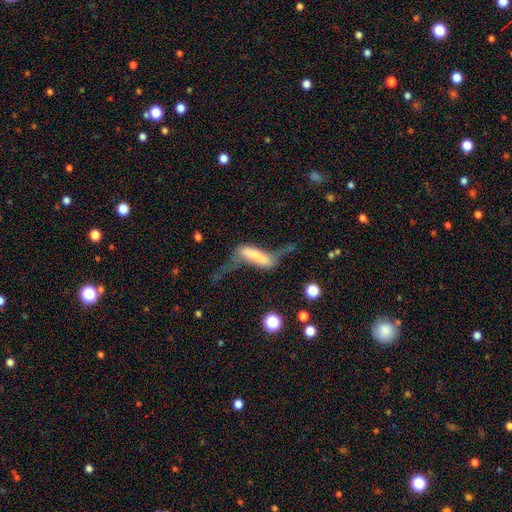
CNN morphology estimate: Smooth or featured: featured or disk — 49% (smooth — 43%)
Merging: major disturbance — 43% (none — 24%)